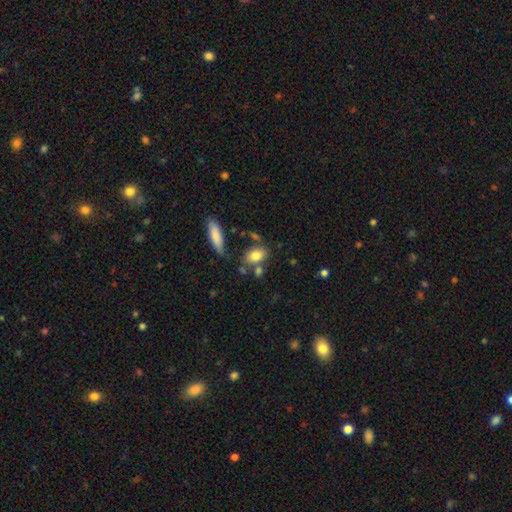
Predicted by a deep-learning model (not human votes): A smooth galaxy with no disk features (80%) that is in between round and cigar-shaped (82%).

Vote fractions:
- Smooth or featured? smooth: 80% / featured or disk: 12% / star or artifact: 8%
- How rounded? in between: 82% / round: 14% / cigar-shaped: 5%
- Merging? none: 64% / merger: 16% / minor disturbance: 15% / major disturbance: 5%